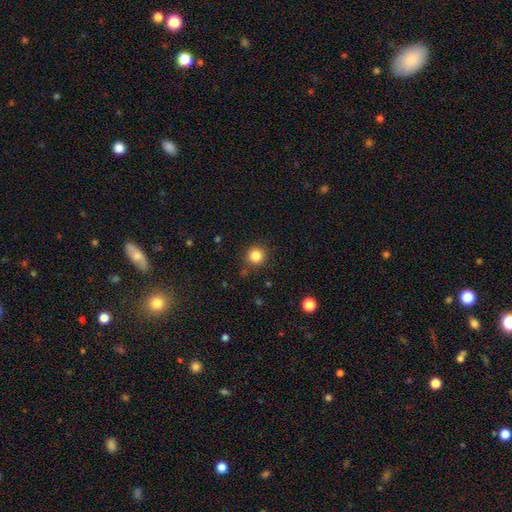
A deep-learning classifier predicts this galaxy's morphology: This is clearly a smooth galaxy (84%). How rounded: clearly round (93%). Merging: clearly none (88%).